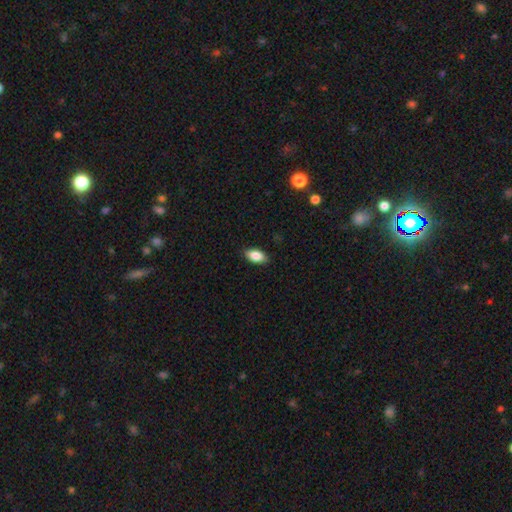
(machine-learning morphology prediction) type=smooth (86%); roundness=in between (91%); merging=none (88%).